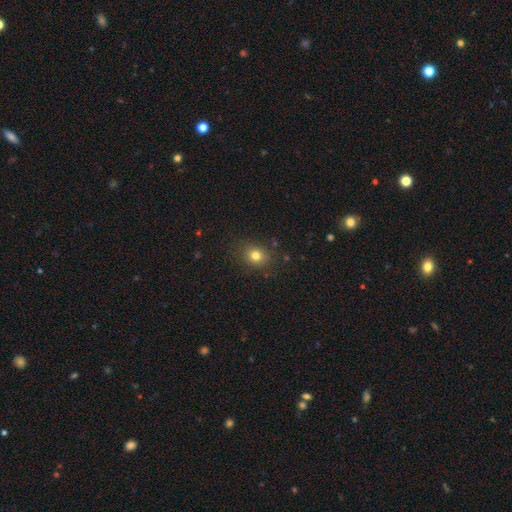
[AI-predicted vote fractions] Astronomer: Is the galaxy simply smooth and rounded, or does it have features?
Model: smooth — 79%.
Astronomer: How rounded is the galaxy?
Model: round — 64%.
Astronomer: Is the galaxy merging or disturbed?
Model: none — 85%.